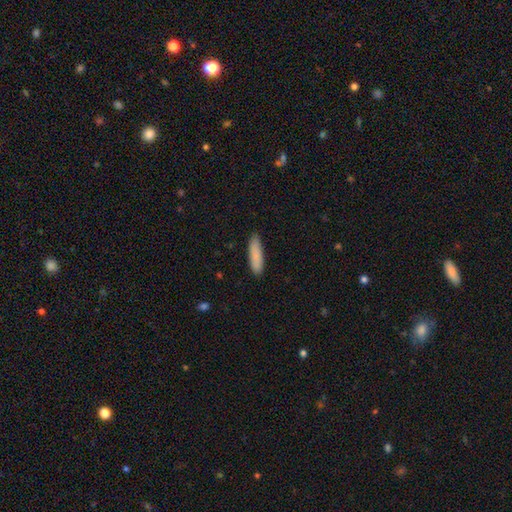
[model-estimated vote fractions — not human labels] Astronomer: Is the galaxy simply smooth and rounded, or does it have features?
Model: smooth — 87%.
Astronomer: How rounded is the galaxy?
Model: cigar-shaped — 66%.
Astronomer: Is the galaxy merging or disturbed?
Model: none — 86%.